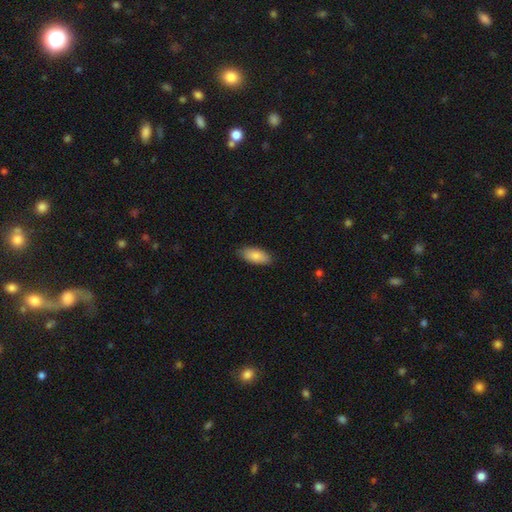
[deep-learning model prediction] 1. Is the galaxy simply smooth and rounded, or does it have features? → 85% smooth, 10% featured or disk, 6% star or artifact.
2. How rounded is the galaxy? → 88% in between, 10% cigar-shaped, 2% round.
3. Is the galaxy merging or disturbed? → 85% none, 12% minor disturbance, 2% major disturbance, 1% merger.